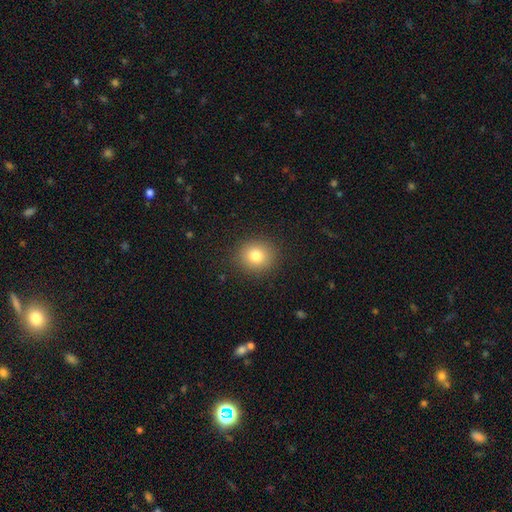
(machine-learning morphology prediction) A smooth galaxy with no disk features (80%) that is round (84%). Merging: none (90%).